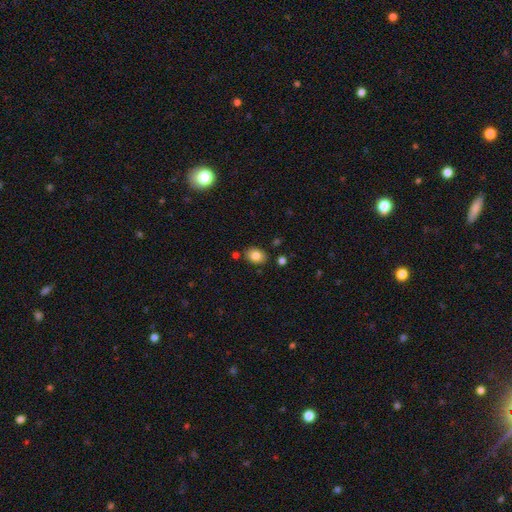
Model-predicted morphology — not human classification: This is clearly a smooth galaxy (82%). How rounded: likely in between (71%). Merging: clearly none (83%).